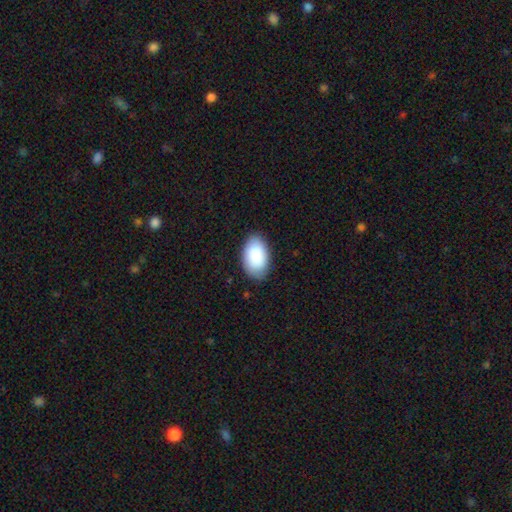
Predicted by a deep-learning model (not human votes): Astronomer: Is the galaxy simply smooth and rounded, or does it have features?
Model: smooth — 88%.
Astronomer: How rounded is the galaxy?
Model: in between — 94%.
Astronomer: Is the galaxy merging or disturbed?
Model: none — 83%.